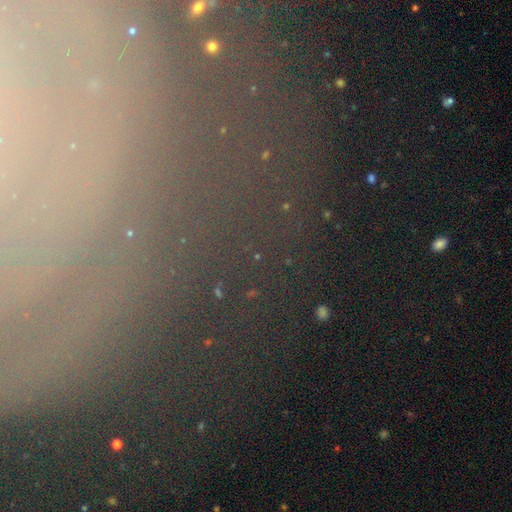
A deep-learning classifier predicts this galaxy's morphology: star or artifact 70%, smooth 18%, featured or disk 12%.